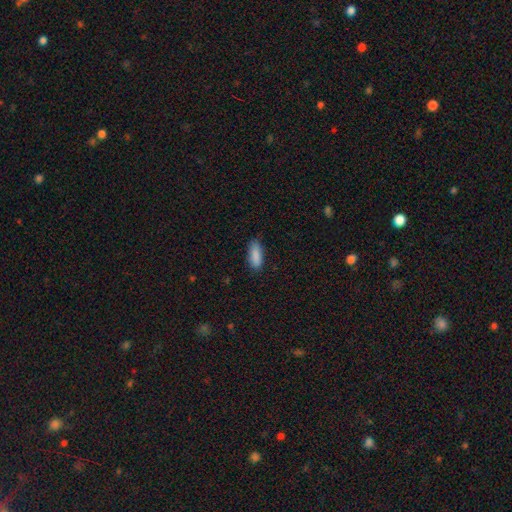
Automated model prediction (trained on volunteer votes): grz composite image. It shows a smooth galaxy with no disk features (88%) that is in between round and cigar-shaped (72%). Merging: none (81%).